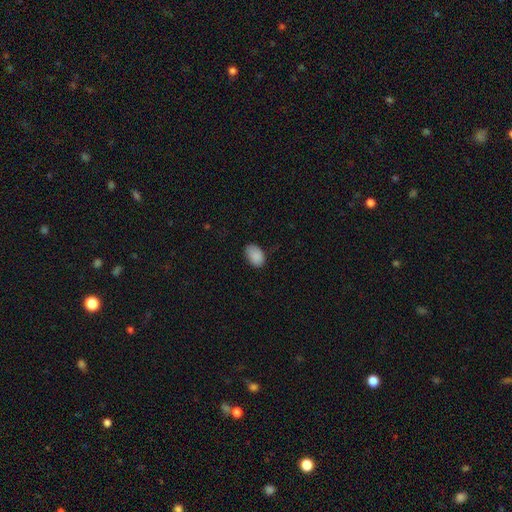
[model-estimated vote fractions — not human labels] smooth-or-featured: smooth: 88% | star or artifact: 7% | featured or disk: 5%
  how-rounded: in between: 89% | round: 10% | cigar-shaped: 1%
  merging: none: 75% | minor disturbance: 20% | major disturbance: 4% | merger: 1%